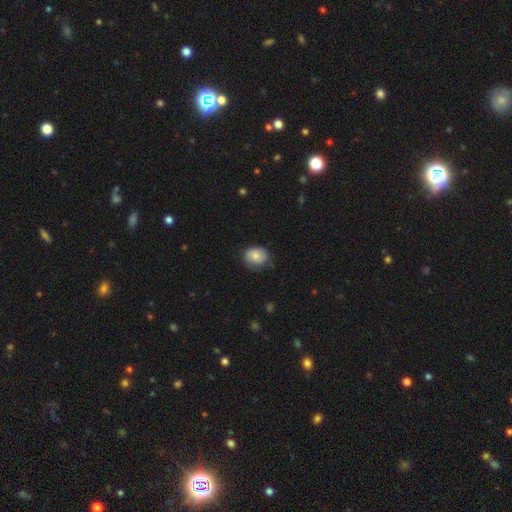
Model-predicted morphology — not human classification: This is likely a smooth galaxy (71%). How rounded: possibly round (54%). Merging: likely none (67%).